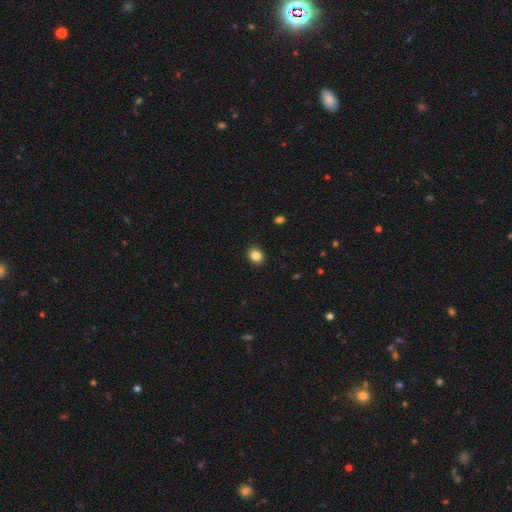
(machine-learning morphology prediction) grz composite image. It shows a smooth galaxy with no disk features (86%) that is round (65%). Merging: none (91%).